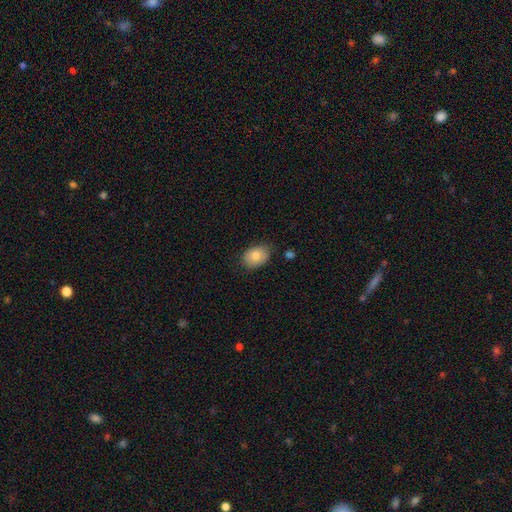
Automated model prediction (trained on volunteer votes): smooth-or-featured: smooth: 81% | featured or disk: 12% | star or artifact: 7%
  how-rounded: in between: 80% | round: 19% | cigar-shaped: 1%
  merging: none: 74% | minor disturbance: 20% | major disturbance: 3% | merger: 2%